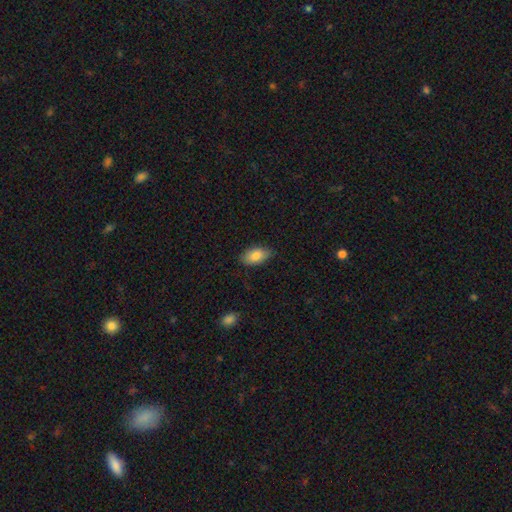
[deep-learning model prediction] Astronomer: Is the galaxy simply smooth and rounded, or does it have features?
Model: smooth — 84%.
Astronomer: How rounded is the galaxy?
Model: in between — 92%.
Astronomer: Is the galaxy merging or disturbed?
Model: none — 81%.